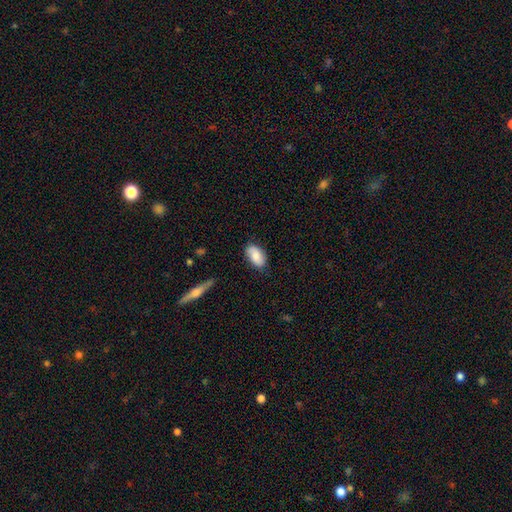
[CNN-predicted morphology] The model was most divided on "merging": none: 77%, minor disturbance: 18%, major disturbance: 3%, merger: 2%. More confident: how rounded — in between (93%); smooth or featured — smooth (77%).